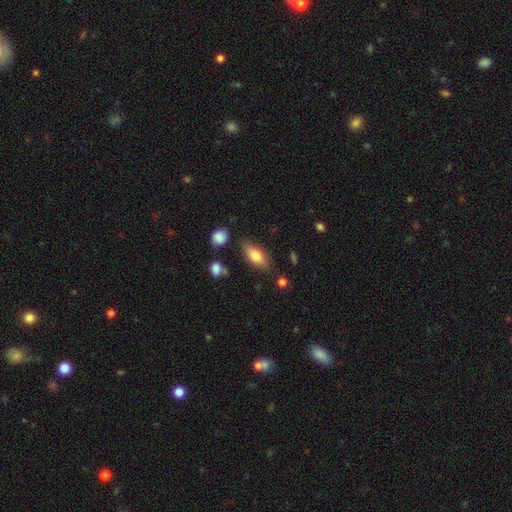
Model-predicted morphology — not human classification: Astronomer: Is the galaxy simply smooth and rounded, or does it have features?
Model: smooth — 76%.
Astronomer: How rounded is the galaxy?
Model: in between — 83%.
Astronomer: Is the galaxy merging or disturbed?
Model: none — 79%.